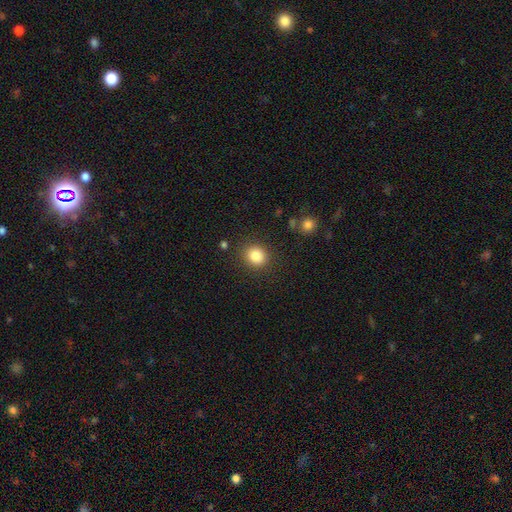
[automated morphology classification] Smooth or featured: smooth — 85% (star or artifact — 10%)
How rounded: round — 76% (in between — 23%)
Merging: none — 85% (minor disturbance — 9%)